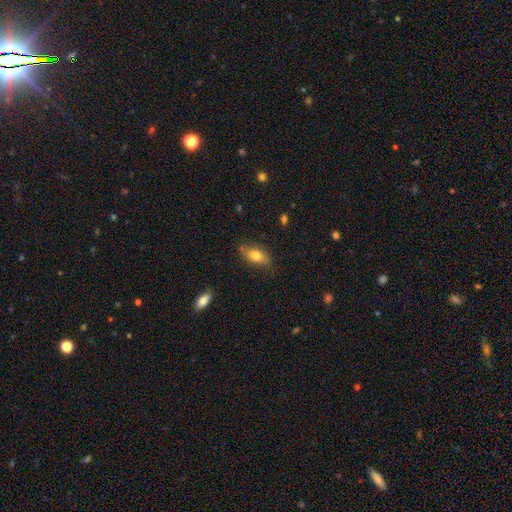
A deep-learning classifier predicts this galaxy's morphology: A smooth galaxy with no disk features (75%) that is in between round and cigar-shaped (86%). Merging: none (78%).